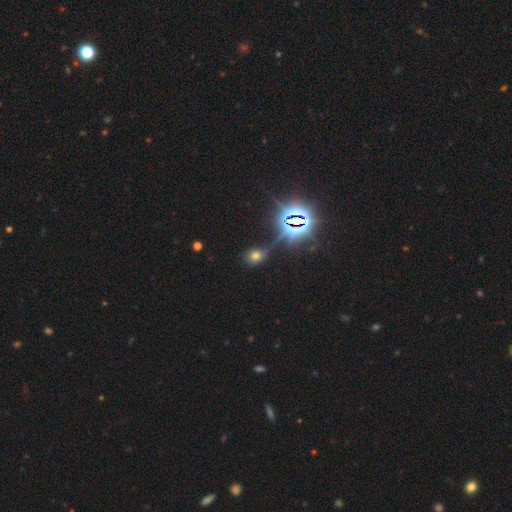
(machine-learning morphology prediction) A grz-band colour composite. It shows a smooth galaxy with no disk features (51%) that is round (53%). Merging: none (59%).